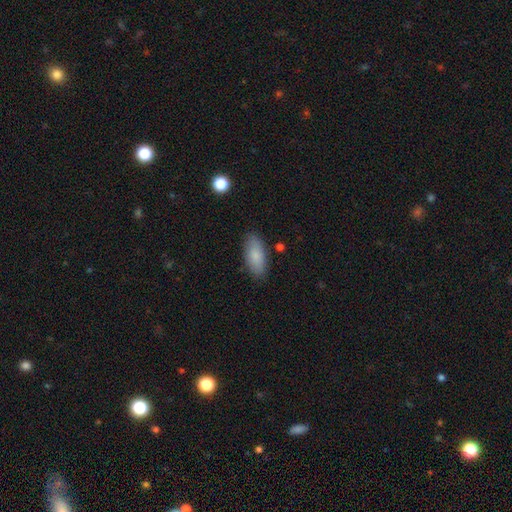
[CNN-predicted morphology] A smooth galaxy with no disk features (84%) that is in between round and cigar-shaped (85%). Merging: none (84%).